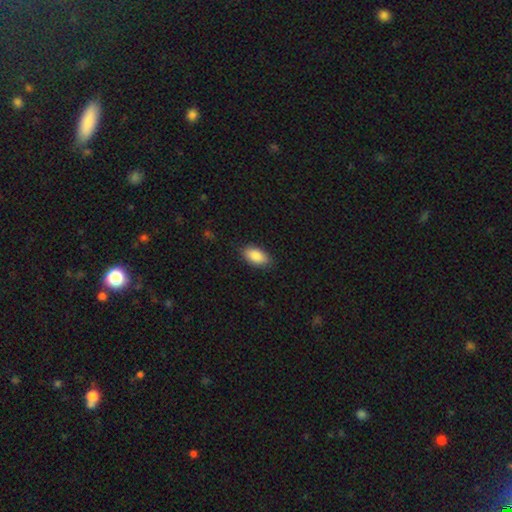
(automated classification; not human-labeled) smooth-or-featured: smooth: 89% | star or artifact: 6% | featured or disk: 5%
  how-rounded: in between: 93% | cigar-shaped: 4% | round: 3%
  merging: none: 85% | minor disturbance: 12% | major disturbance: 2% | merger: 1%